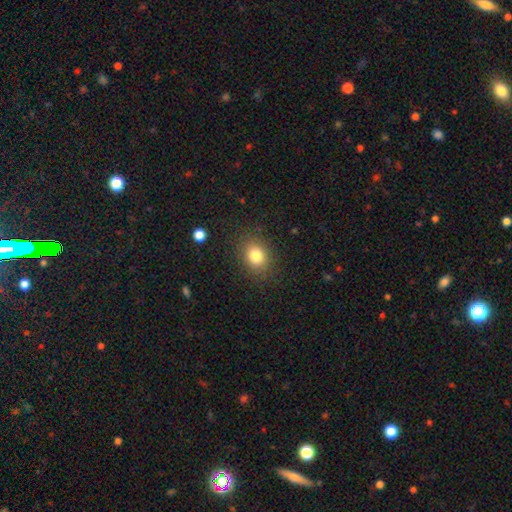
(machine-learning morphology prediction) Smooth or featured? Predicted: smooth (p=0.81). How rounded? Predicted: round (p=0.57). Merging? Predicted: none (p=0.86).